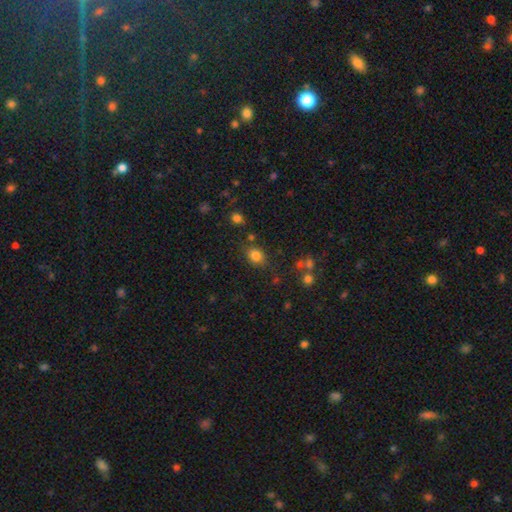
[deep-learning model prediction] This is clearly a smooth galaxy (81%). How rounded: possibly round (54%). Merging: likely none (76%).